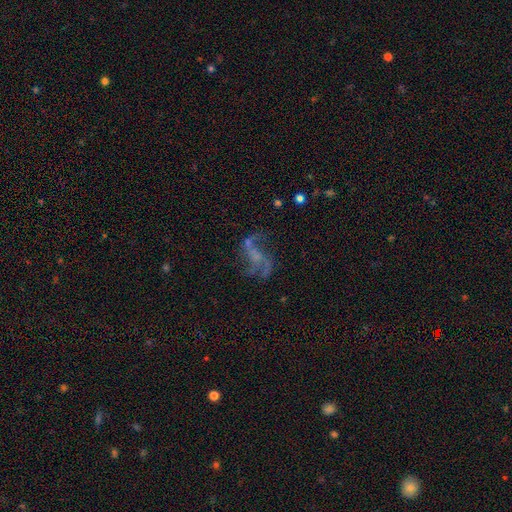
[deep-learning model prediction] Q: Smooth or featured?
A: featured or disk (74%); runner-up: star or artifact (14%)
Q: Edge-on disk?
A: no (97%); runner-up: yes (3%)
Q: Bar?
A: no (56%); runner-up: weak (34%)
Q: Spiral arms?
A: yes (81%); runner-up: no (19%)
Q: Spiral winding?
A: loose (78%); runner-up: medium (18%)
Q: Spiral arm count?
A: 2 (58%); runner-up: 3 (15%)
Q: Bulge size?
A: none (50%); runner-up: small (32%)
Q: Merging?
A: none (49%); runner-up: major disturbance (29%)